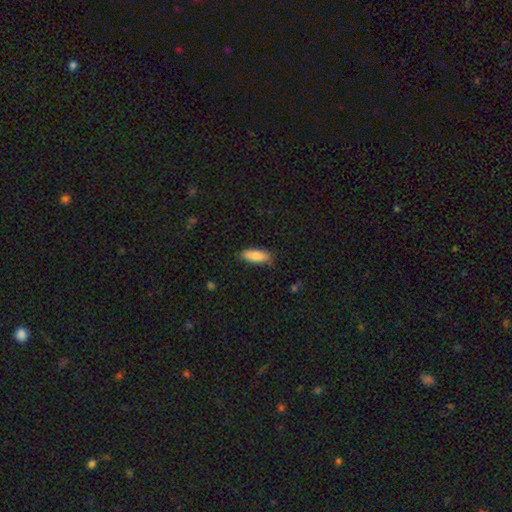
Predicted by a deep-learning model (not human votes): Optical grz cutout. It shows a smooth galaxy with no disk features (87%) that is in between round and cigar-shaped (70%). Merging: none (83%).